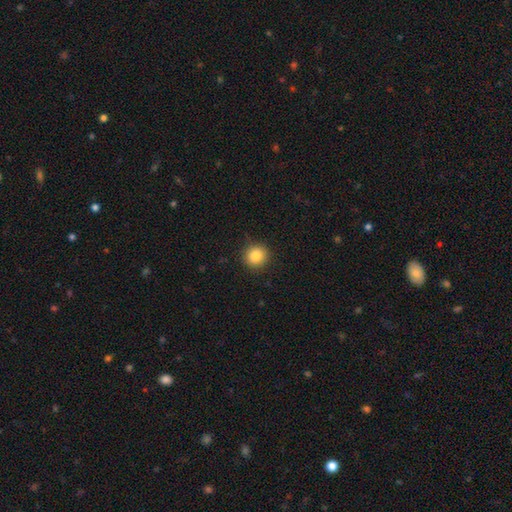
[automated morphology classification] smooth-or-featured: smooth: 84% | star or artifact: 10% | featured or disk: 6%
  how-rounded: round: 91% | in between: 8% | cigar-shaped: 1%
  merging: none: 89% | minor disturbance: 8% | major disturbance: 2% | merger: 1%